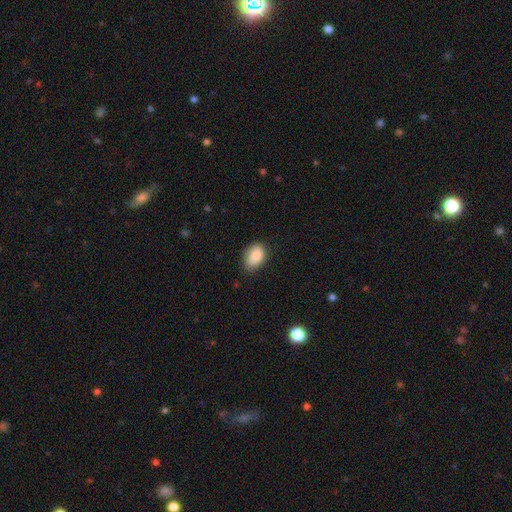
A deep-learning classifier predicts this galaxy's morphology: This appears to be a smooth galaxy with no disk features (87%) that is in between round and cigar-shaped (88%). Merging: none (70%).